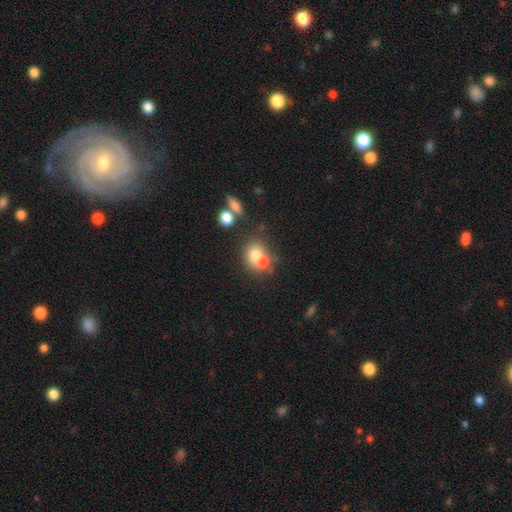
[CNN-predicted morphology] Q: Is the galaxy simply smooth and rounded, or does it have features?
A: smooth — 68%.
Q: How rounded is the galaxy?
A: round — 65%.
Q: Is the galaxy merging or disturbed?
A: merger — 56%.